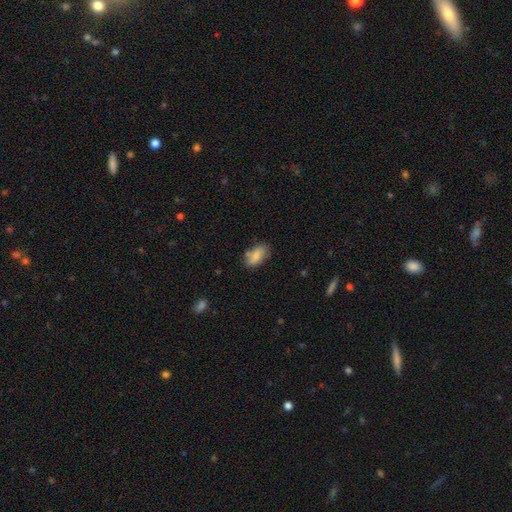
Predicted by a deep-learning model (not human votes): Q: Smooth or featured?
A: smooth (80%); runner-up: featured or disk (12%)
Q: How rounded?
A: in between (90%); runner-up: cigar-shaped (6%)
Q: Merging?
A: none (68%); runner-up: minor disturbance (20%)